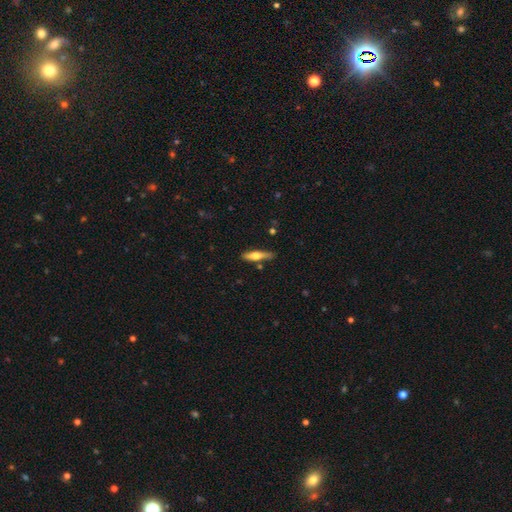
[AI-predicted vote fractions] smooth_or_featured: smooth (p=0.54) [alt: featured or disk p=0.41]
how_rounded: cigar-shaped (p=0.75) [alt: in between p=0.23]
merging: none (p=0.78) [alt: minor disturbance p=0.15]